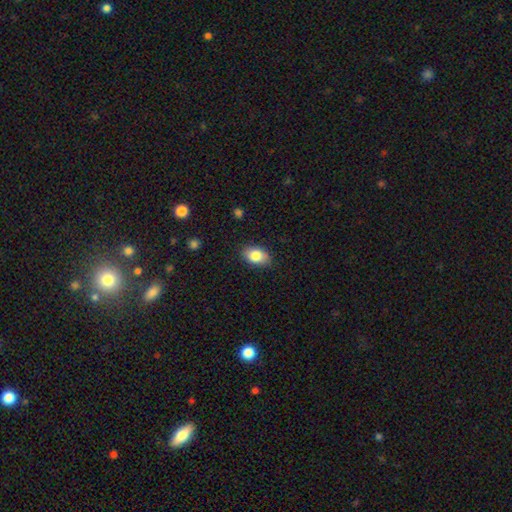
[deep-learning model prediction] This appears to be a smooth galaxy with no disk features (83%) that is in between round and cigar-shaped (86%). Merging: none (84%).